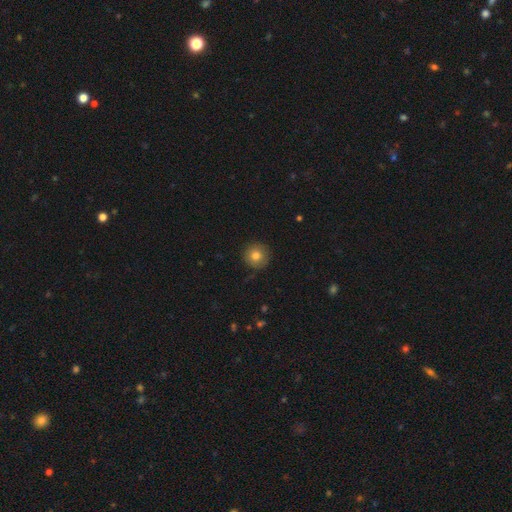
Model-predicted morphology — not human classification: A smooth galaxy with no disk features (80%) that is round (95%).

Vote fractions:
- Smooth or featured? smooth: 80% / star or artifact: 10% / featured or disk: 10%
- How rounded? round: 95% / in between: 4% / cigar-shaped: 1%
- Merging? none: 90% / minor disturbance: 7% / major disturbance: 2% / merger: 1%